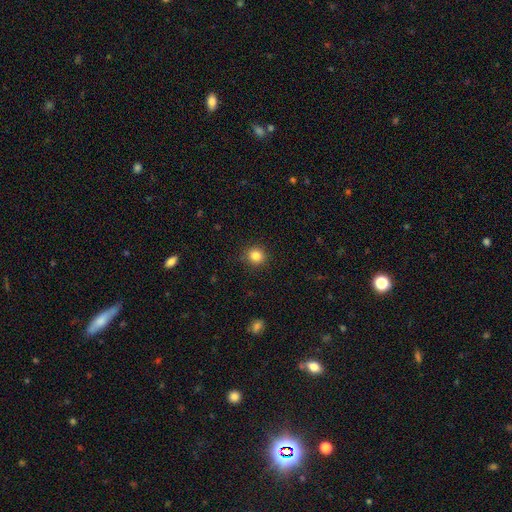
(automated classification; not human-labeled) The model was most divided on "smooth or featured": smooth: 84%, star or artifact: 11%, featured or disk: 5%. More confident: how rounded — round (91%); merging — none (91%).